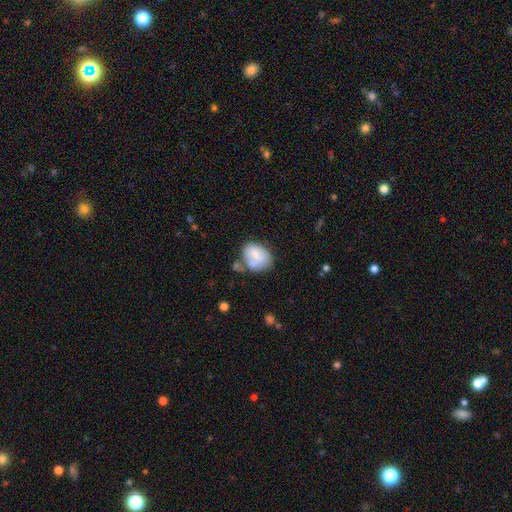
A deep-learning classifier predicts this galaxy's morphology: This is likely a smooth galaxy (67%). How rounded: possibly in between (57%). Merging: marginally none (41%).